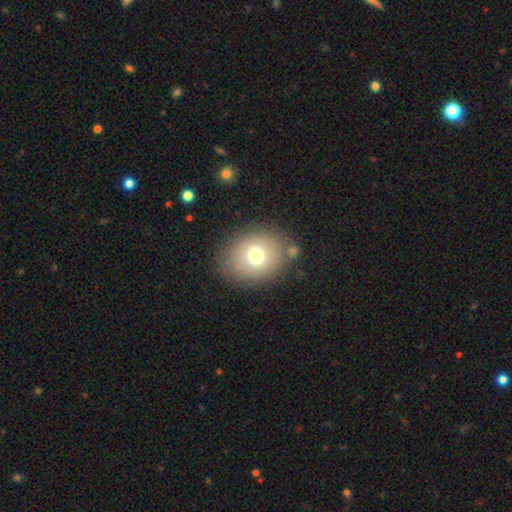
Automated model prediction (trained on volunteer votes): Smooth or featured?
  - smooth: 72% *
  - featured or disk: 15%
  - star or artifact: 12%
How rounded?
  - round: 66% *
  - in between: 33%
  - cigar-shaped: 1%
Merging?
  - none: 79% *
  - minor disturbance: 11%
  - major disturbance: 5%
  - merger: 5%